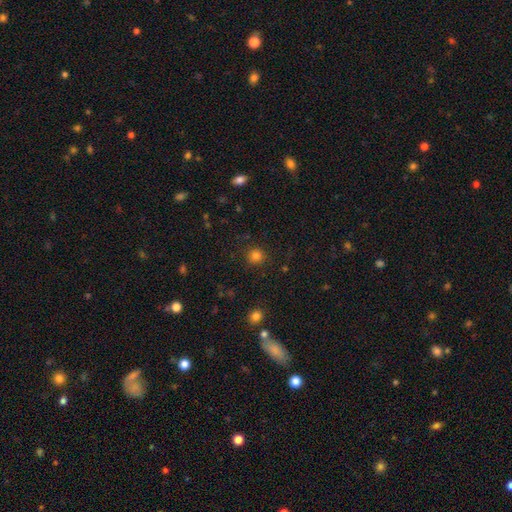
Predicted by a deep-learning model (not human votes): smooth_or_featured: smooth (p=0.81) [alt: star or artifact p=0.14]
how_rounded: round (p=0.91) [alt: in between p=0.08]
merging: none (p=0.88) [alt: minor disturbance p=0.07]